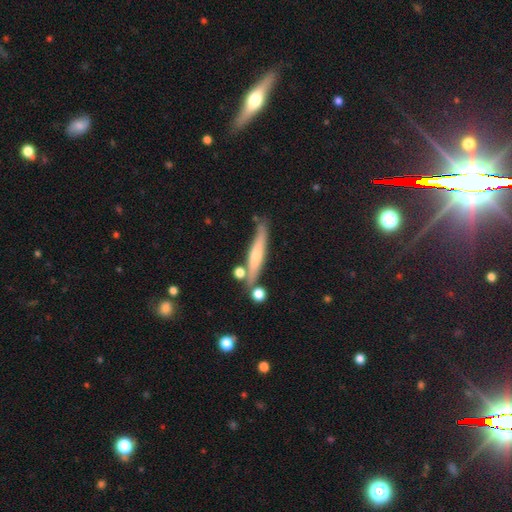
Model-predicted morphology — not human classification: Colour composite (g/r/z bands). It shows a featured or disk galaxy (54%) viewed edge-on (90%). Merging: none (70%).